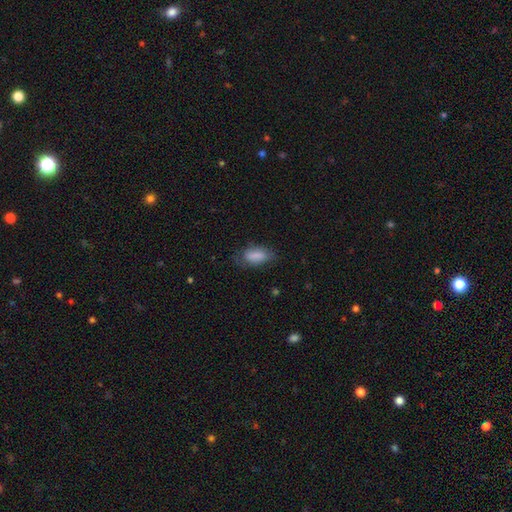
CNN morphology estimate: The model was most divided on "merging": none: 60%, minor disturbance: 28%, major disturbance: 10%, merger: 2%. More confident: how rounded — in between (86%); smooth or featured — smooth (80%).